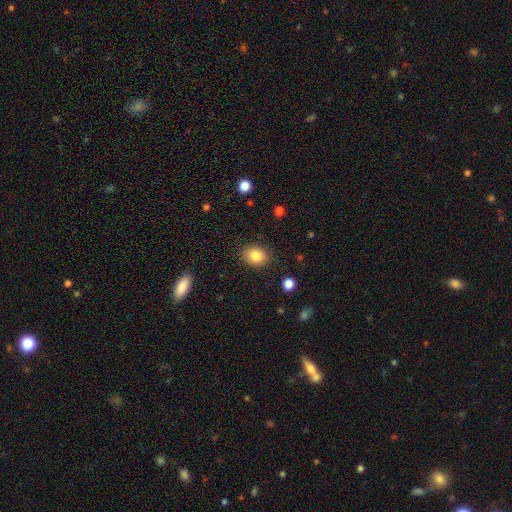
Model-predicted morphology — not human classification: smooth_or_featured: smooth (p=0.84) [alt: star or artifact p=0.09]
how_rounded: in between (p=0.56) [alt: round p=0.43]
merging: none (p=0.86) [alt: minor disturbance p=0.10]